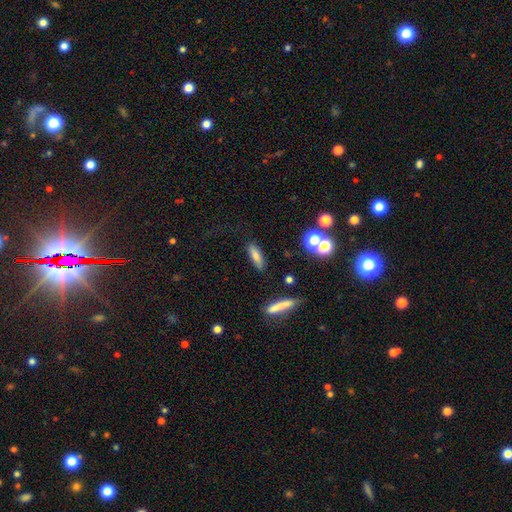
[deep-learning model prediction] Smooth or featured? Predicted: smooth (p=0.77). How rounded? Predicted: cigar-shaped (p=0.54). Merging? Predicted: none (p=0.83).